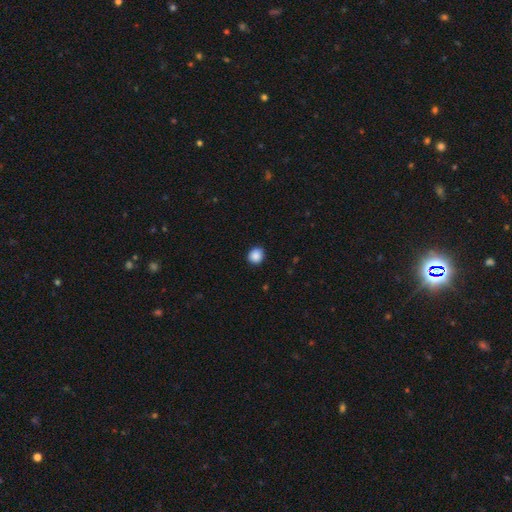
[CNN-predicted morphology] A smooth galaxy with no disk features (88%) that is round (83%). Merging: none (89%).